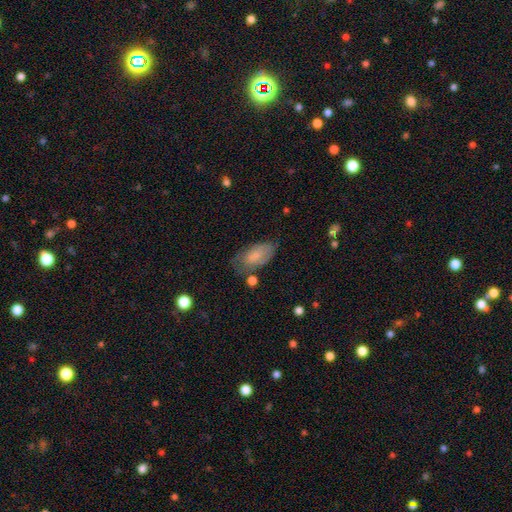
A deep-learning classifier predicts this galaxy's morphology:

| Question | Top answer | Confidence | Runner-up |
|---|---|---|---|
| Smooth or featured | smooth | 69% | featured or disk (23%) |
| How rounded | in between | 92% | cigar-shaped (4%) |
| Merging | none | 54% | minor disturbance (29%) |